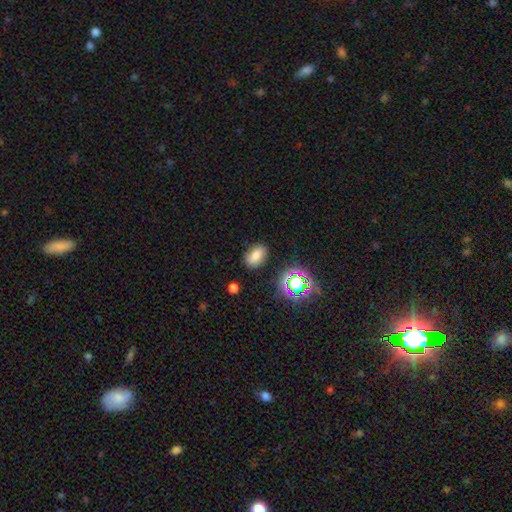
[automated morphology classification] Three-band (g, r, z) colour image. It shows a smooth galaxy with no disk features (73%) that is in between round and cigar-shaped (85%). Merging: none (82%).